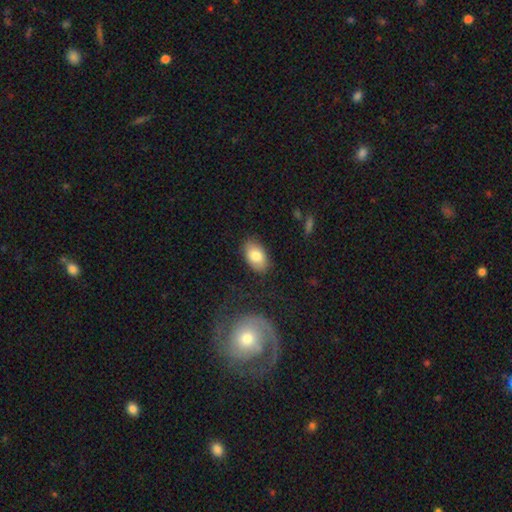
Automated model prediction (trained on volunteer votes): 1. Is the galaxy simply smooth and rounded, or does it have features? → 81% smooth, 11% featured or disk, 7% star or artifact.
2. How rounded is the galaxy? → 91% in between, 7% round, 1% cigar-shaped.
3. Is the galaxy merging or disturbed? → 84% none, 12% minor disturbance, 3% major disturbance, 2% merger.